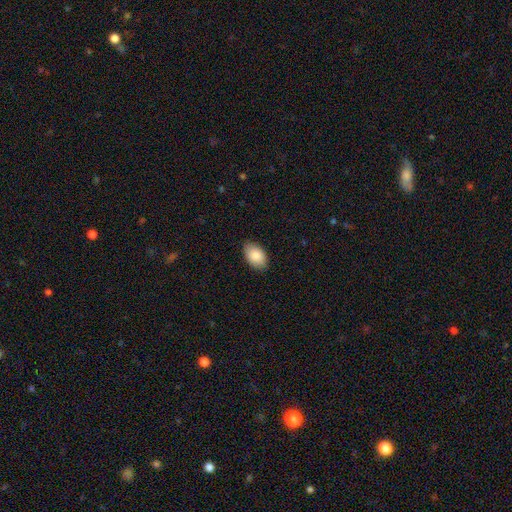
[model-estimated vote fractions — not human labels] Q: Smooth or featured?
A: smooth (88%); runner-up: star or artifact (7%)
Q: How rounded?
A: in between (91%); runner-up: round (8%)
Q: Merging?
A: none (87%); runner-up: minor disturbance (10%)